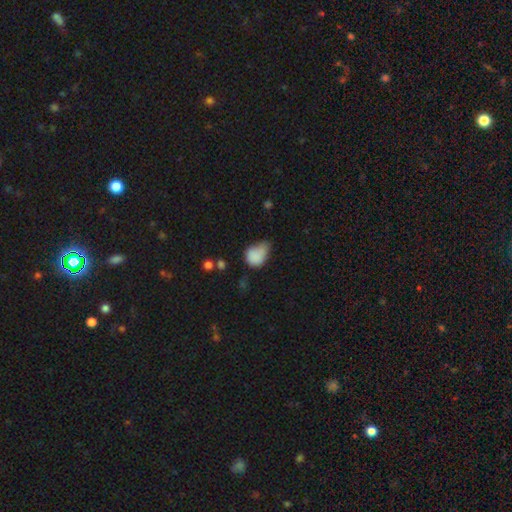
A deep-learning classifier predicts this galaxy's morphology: A smooth galaxy with no disk features (81%) that is in between round and cigar-shaped (61%).

Vote fractions:
- Smooth or featured? smooth: 81% / star or artifact: 10% / featured or disk: 9%
- How rounded? in between: 61% / round: 38% / cigar-shaped: 1%
- Merging? minor disturbance: 48% / none: 23% / major disturbance: 22% / merger: 6%